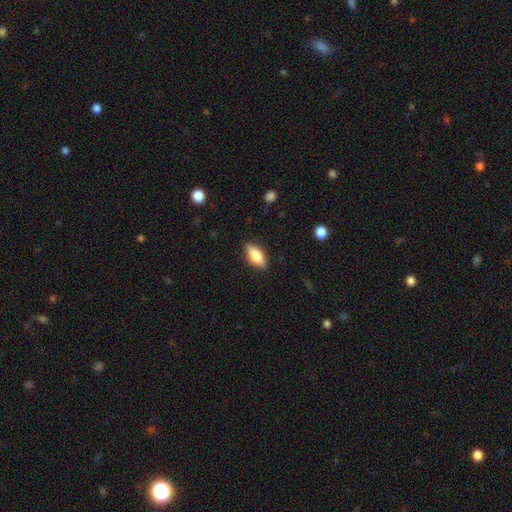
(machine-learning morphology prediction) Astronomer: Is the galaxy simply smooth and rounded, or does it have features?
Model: smooth — 76%.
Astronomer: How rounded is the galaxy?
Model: in between — 84%.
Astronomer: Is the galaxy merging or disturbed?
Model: none — 87%.